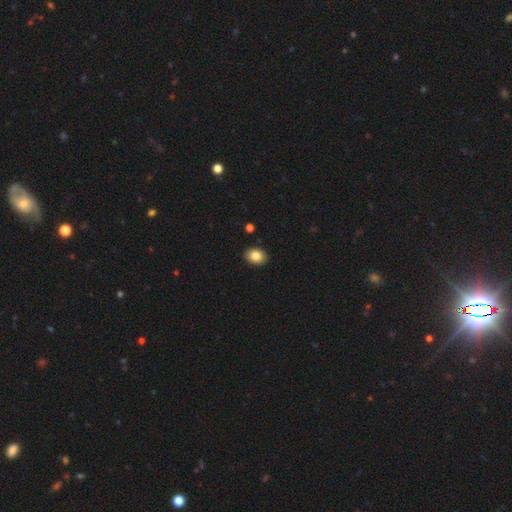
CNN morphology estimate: A smooth galaxy with no disk features (84%) that is in between round and cigar-shaped (73%). Merging: none (90%).